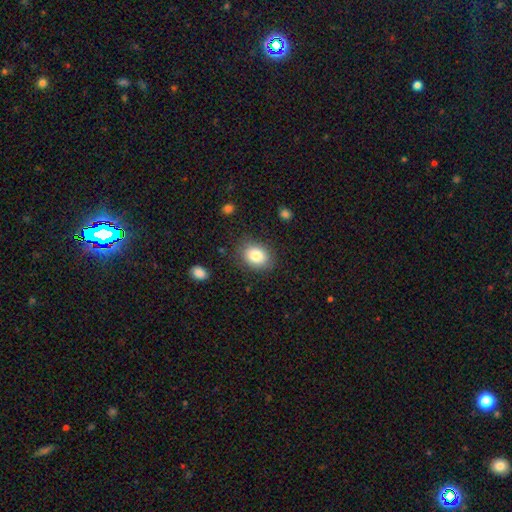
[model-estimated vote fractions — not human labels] smooth-or-featured: smooth: 84% | star or artifact: 8% | featured or disk: 7%
  how-rounded: in between: 63% | round: 36% | cigar-shaped: 1%
  merging: none: 83% | minor disturbance: 11% | major disturbance: 4% | merger: 1%